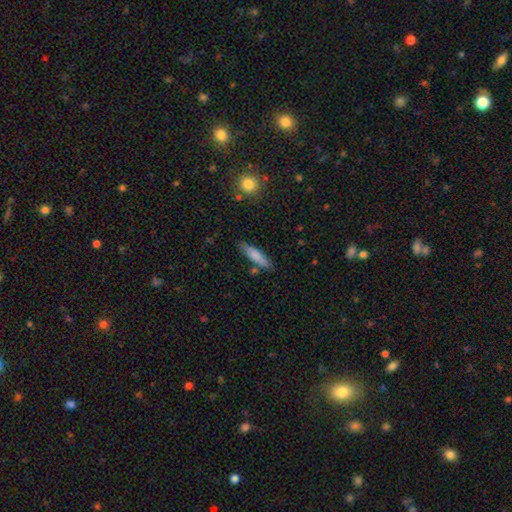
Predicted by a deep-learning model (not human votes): smooth 78%, featured or disk 16%, star or artifact 6%. Down the decision tree: how rounded — cigar-shaped (68%); merging — none (79%).